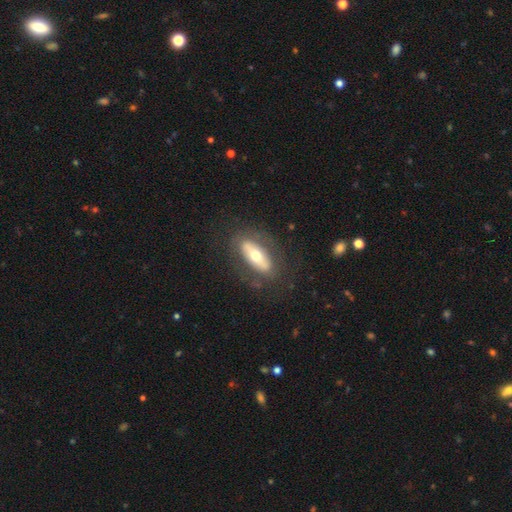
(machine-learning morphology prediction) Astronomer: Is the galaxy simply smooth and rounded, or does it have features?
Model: featured or disk — 48% (runner-up: smooth, 45%).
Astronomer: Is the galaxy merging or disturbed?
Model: none — 77%.